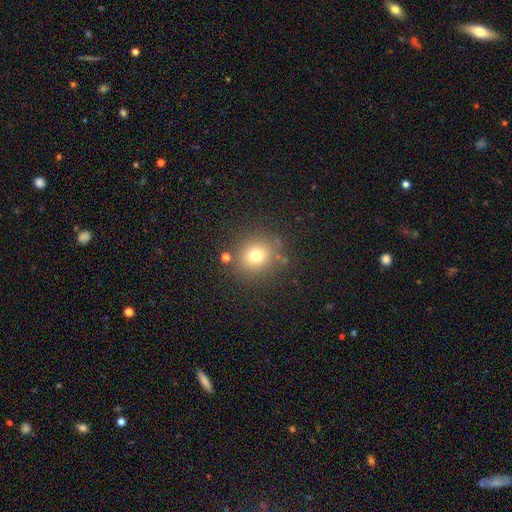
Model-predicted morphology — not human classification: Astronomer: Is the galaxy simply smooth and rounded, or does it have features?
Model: smooth — 73%.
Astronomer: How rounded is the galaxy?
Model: round — 86%.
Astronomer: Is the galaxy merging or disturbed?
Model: none — 82%.